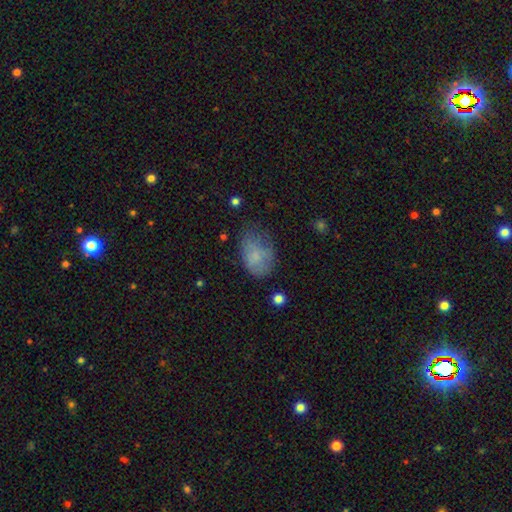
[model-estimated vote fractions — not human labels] smooth 71%, featured or disk 19%, star or artifact 10%. Down the decision tree: how rounded — in between (83%); merging — none (41%).